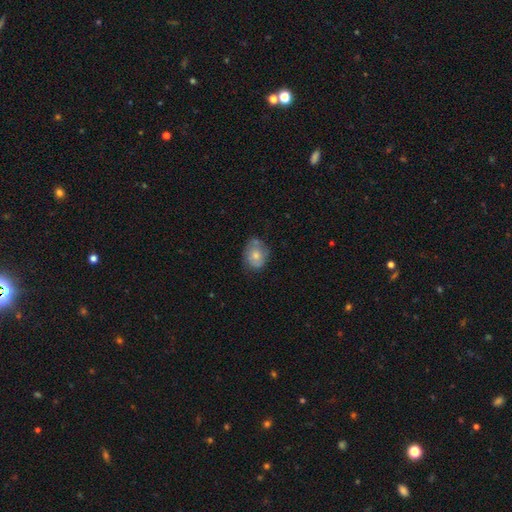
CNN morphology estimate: A smooth galaxy with no disk features (70%) that is in between round and cigar-shaped (50%). Merging: none (60%).